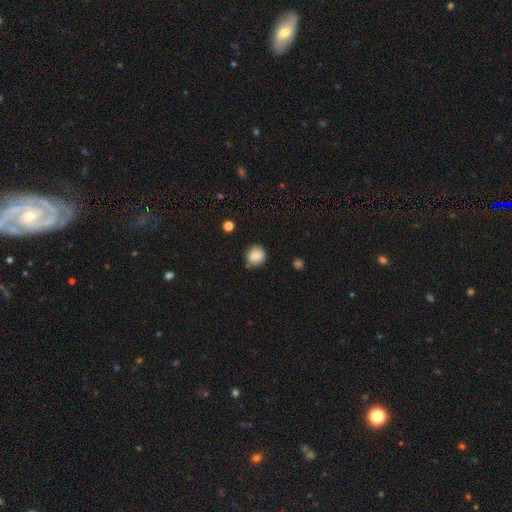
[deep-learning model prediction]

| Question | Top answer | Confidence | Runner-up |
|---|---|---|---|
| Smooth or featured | smooth | 87% | star or artifact (9%) |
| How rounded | round | 86% | in between (13%) |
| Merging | none | 79% | minor disturbance (14%) |